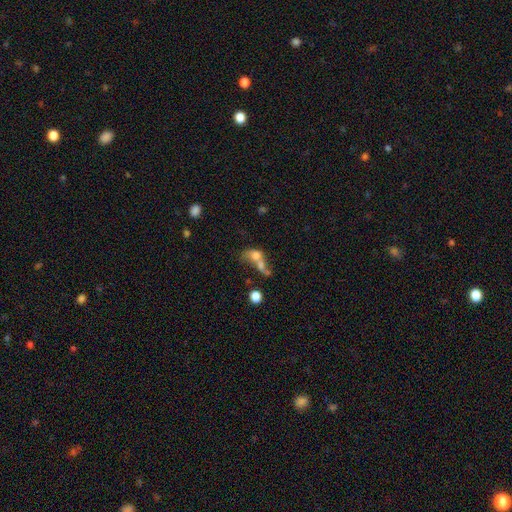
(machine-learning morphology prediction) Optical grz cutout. It shows a smooth galaxy with no disk features (63%) that is in between round and cigar-shaped (55%). Merging: merger (68%).